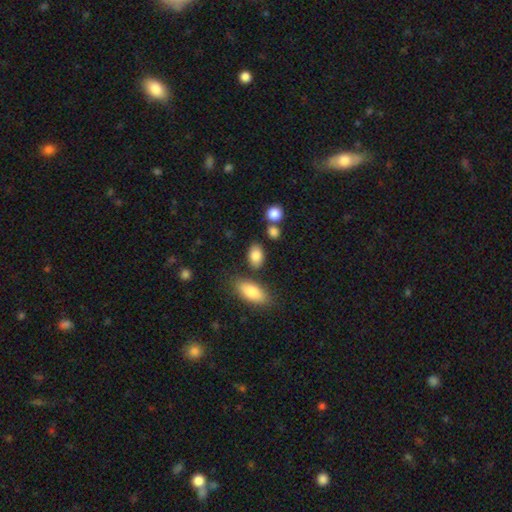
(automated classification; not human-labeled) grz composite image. It shows a smooth galaxy with no disk features (86%) that is in between round and cigar-shaped (84%). Merging: none (78%).